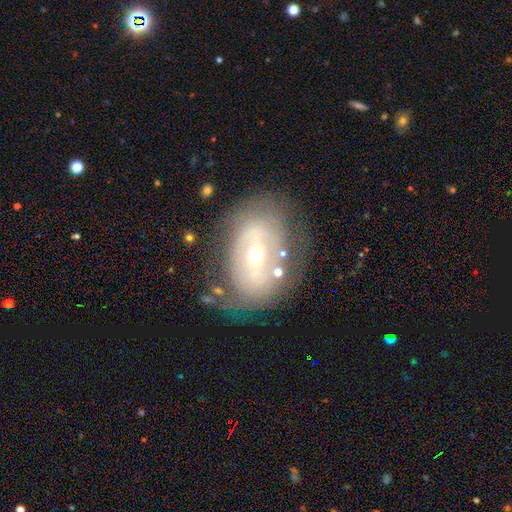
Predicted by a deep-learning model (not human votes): Q: Smooth or featured?
A: featured or disk (72%); runner-up: smooth (20%)
Q: Edge-on disk?
A: no (94%); runner-up: yes (6%)
Q: Bar?
A: weak (36%); runner-up: no (35%)
Q: Spiral arms?
A: yes (57%); runner-up: no (43%)
Q: Bulge size?
A: small (61%); runner-up: moderate (36%)
Q: Merging?
A: none (64%); runner-up: minor disturbance (21%)